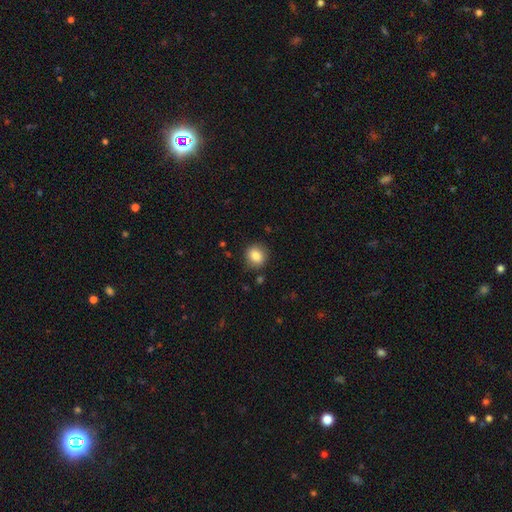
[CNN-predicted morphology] A smooth galaxy with no disk features (84%) that is round (81%). Merging: none (85%).